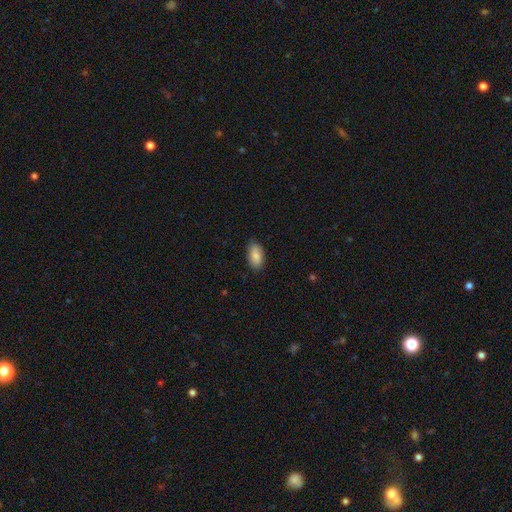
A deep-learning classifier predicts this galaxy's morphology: This appears to be a smooth galaxy with no disk features (86%) that is in between round and cigar-shaped (93%). Merging: none (83%).